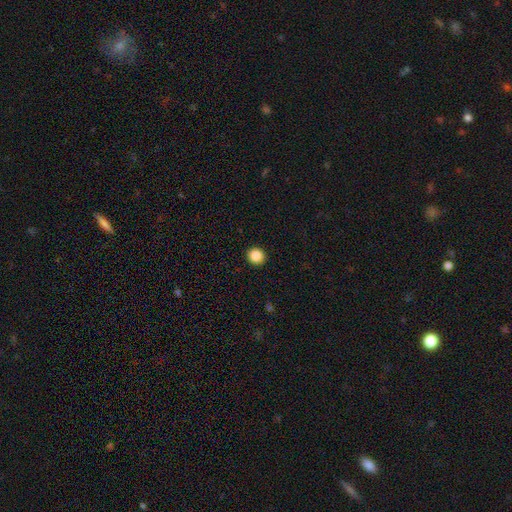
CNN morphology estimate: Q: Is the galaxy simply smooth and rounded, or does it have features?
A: smooth — 88%.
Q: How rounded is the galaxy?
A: round — 92%.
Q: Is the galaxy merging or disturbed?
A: none — 93%.